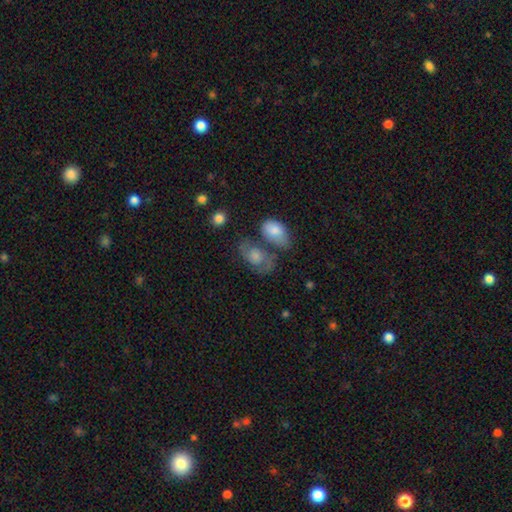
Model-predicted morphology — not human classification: Smooth or featured? Predicted: featured or disk (p=0.47). Merging? Predicted: none (p=0.42).